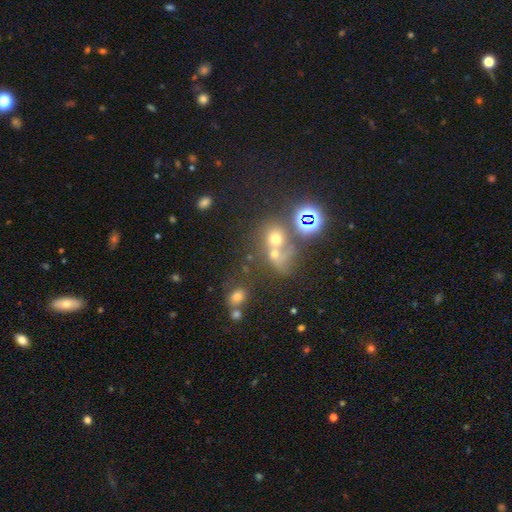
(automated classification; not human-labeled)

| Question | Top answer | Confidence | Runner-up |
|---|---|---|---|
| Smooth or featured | star or artifact | 43% | smooth (35%) |